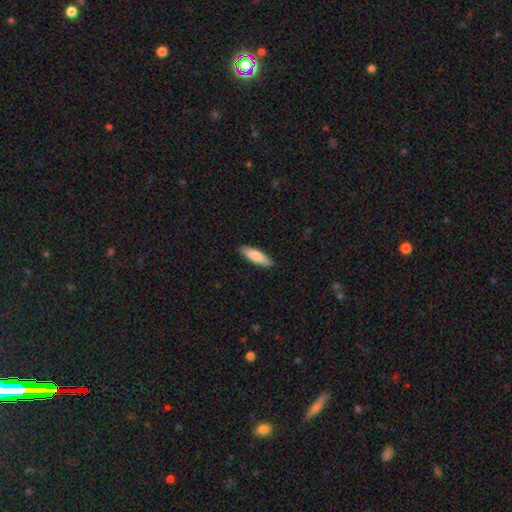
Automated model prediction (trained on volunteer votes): Morphology: type=smooth (85%); roundness=cigar-shaped (55%); merging=none (89%).